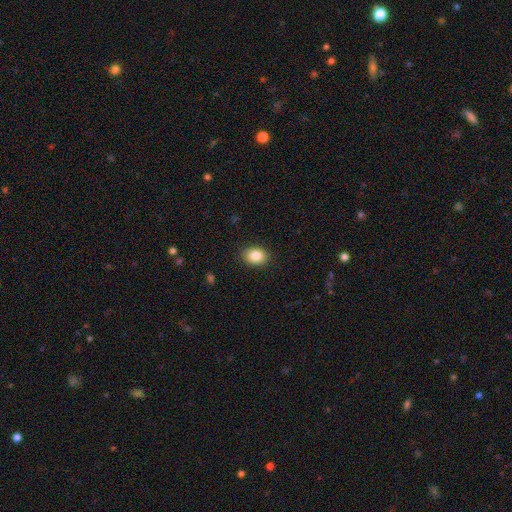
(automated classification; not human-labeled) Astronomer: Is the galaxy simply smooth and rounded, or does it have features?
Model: smooth — 86%.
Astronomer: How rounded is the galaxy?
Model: in between — 67%.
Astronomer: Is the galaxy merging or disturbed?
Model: none — 89%.